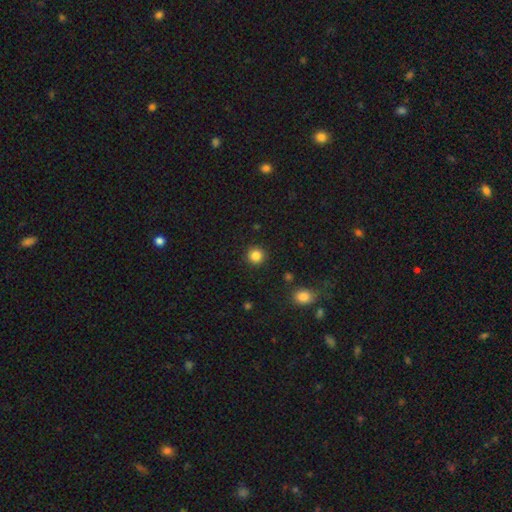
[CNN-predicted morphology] Smooth or featured: smooth — 85% (star or artifact — 11%)
How rounded: round — 94% (in between — 5%)
Merging: none — 91% (minor disturbance — 5%)